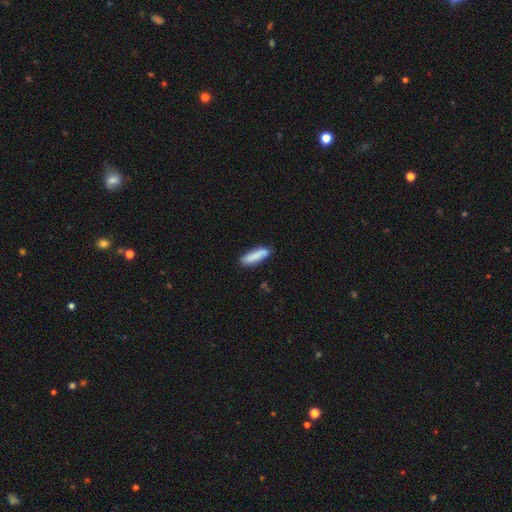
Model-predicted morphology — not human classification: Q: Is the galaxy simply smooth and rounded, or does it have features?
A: smooth — 84%.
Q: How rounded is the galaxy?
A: cigar-shaped — 70%.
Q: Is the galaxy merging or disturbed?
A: none — 80%.